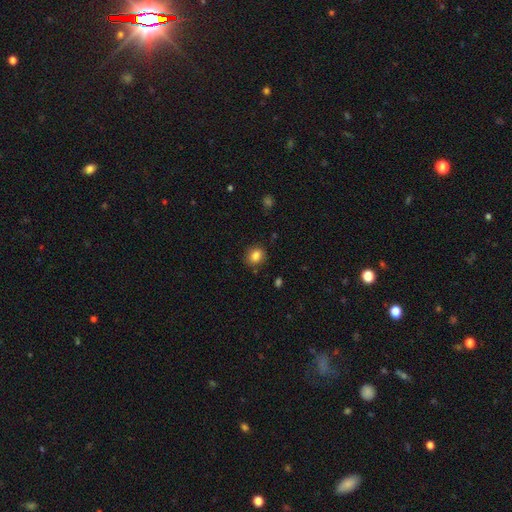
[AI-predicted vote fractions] Smooth or featured?
  - smooth: 84% *
  - star or artifact: 10%
  - featured or disk: 6%
How rounded?
  - round: 67% *
  - in between: 32%
  - cigar-shaped: 1%
Merging?
  - none: 87% *
  - minor disturbance: 9%
  - major disturbance: 2%
  - merger: 2%